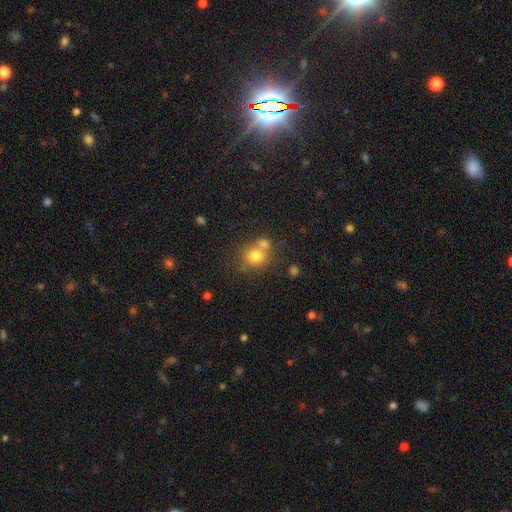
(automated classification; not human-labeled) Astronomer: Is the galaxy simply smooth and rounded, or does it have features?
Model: smooth — 76%.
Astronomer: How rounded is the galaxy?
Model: round — 79%.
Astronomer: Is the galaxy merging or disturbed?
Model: none — 47% (runner-up: merger, 39%).